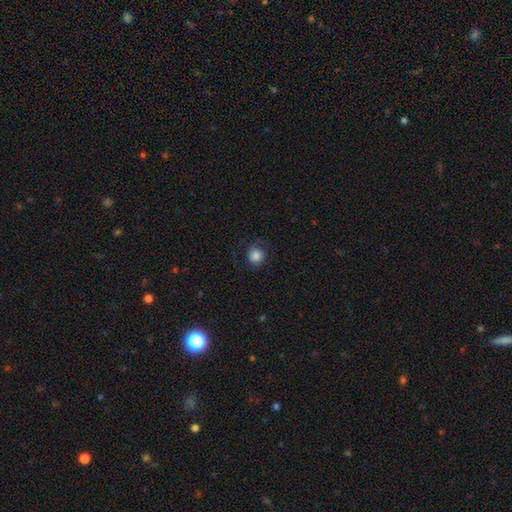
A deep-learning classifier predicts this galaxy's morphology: smooth_or_featured: smooth (p=0.79) [alt: featured or disk p=0.12]
how_rounded: round (p=0.84) [alt: in between p=0.15]
merging: none (p=0.73) [alt: minor disturbance p=0.16]